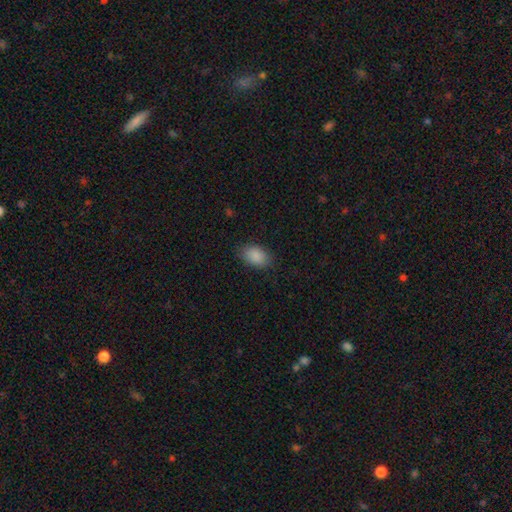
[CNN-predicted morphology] This is clearly a smooth galaxy (89%). How rounded: clearly in between (88%). Merging: clearly none (84%).